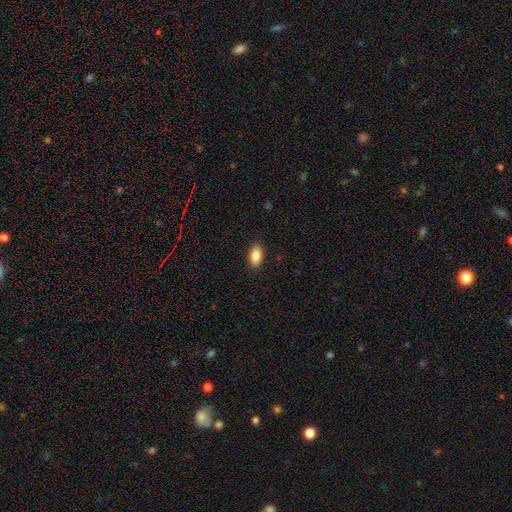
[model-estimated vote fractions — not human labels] The model was most divided on "smooth or featured": smooth: 86%, star or artifact: 7%, featured or disk: 6%. More confident: how rounded — in between (92%); merging — none (89%).